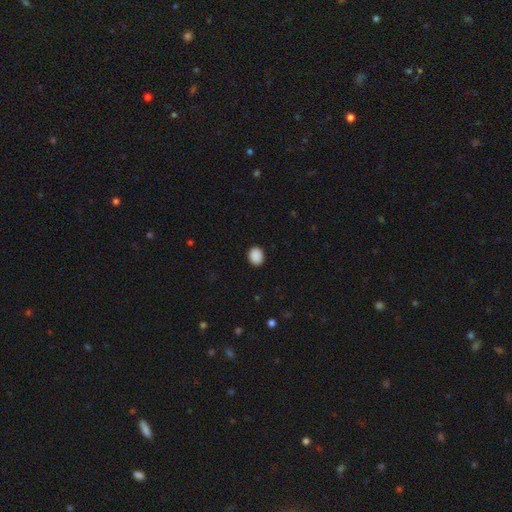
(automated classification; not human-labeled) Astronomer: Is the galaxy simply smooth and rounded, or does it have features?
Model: smooth — 89%.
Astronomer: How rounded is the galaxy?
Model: round — 60% (runner-up: in between, 39%).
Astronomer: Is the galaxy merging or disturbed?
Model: none — 90%.